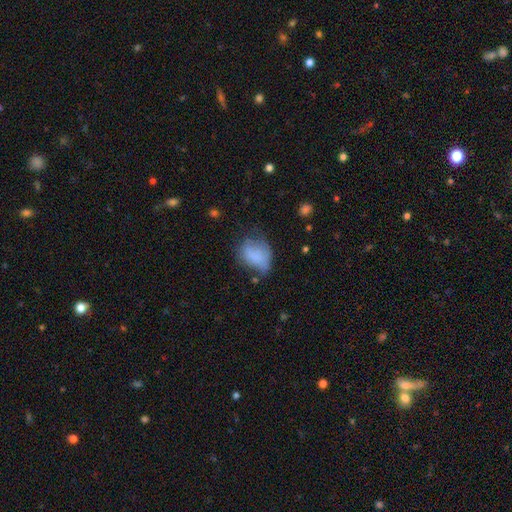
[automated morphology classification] Smooth or featured? Predicted: smooth (p=0.70). How rounded? Predicted: in between (p=0.65). Merging? Predicted: minor disturbance (p=0.36).